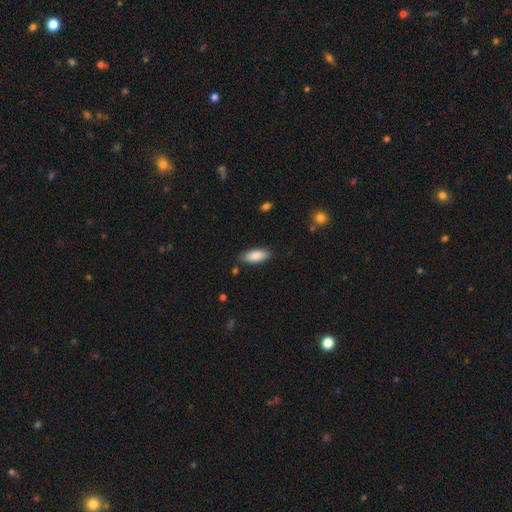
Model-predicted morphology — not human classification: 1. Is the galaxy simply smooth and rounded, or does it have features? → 87% smooth, 7% featured or disk, 6% star or artifact.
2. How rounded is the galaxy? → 85% in between, 13% cigar-shaped, 2% round.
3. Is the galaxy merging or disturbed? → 83% none, 13% minor disturbance, 3% major disturbance, 2% merger.